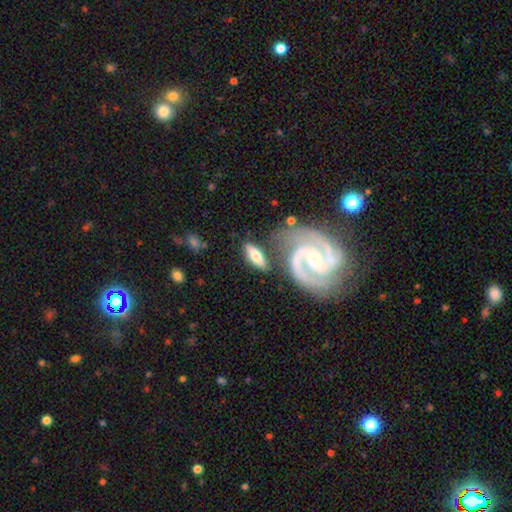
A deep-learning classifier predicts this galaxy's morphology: type=featured or disk (52%); edge-on=no (66%); merging=none (67%).